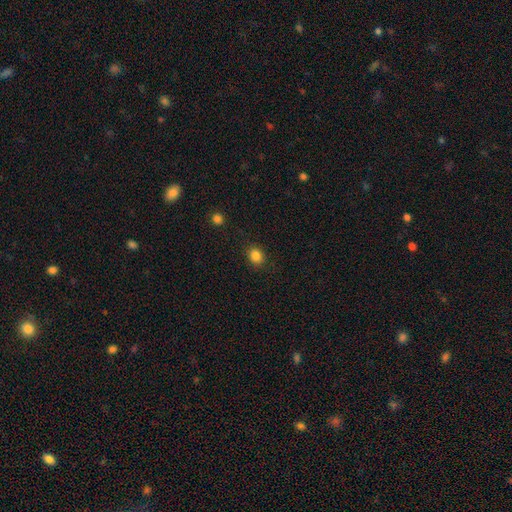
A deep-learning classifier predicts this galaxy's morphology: Smooth or featured?
  - smooth: 84% *
  - star or artifact: 11%
  - featured or disk: 4%
How rounded?
  - round: 62% *
  - in between: 37%
  - cigar-shaped: 1%
Merging?
  - none: 88% *
  - minor disturbance: 8%
  - major disturbance: 2%
  - merger: 1%